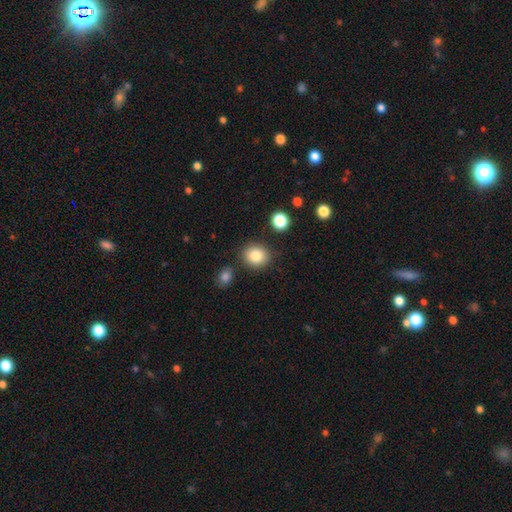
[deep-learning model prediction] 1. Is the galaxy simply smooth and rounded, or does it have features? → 83% smooth, 10% star or artifact, 7% featured or disk.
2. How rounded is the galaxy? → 78% round, 22% in between, 1% cigar-shaped.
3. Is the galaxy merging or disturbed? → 83% none, 9% minor disturbance, 5% merger, 3% major disturbance.